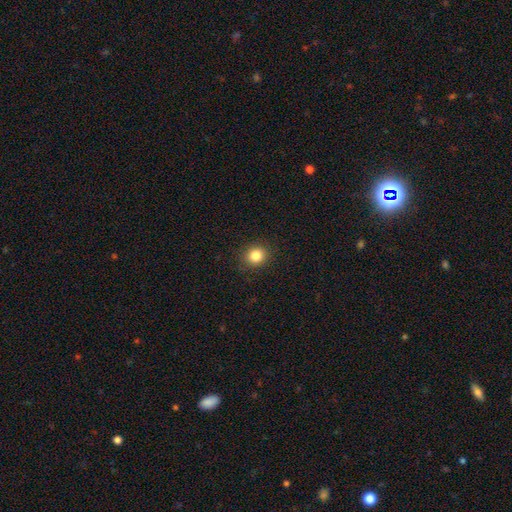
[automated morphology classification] The model was most divided on "how rounded": round: 77%, in between: 22%, cigar-shaped: 1%. More confident: merging — none (90%); smooth or featured — smooth (84%).